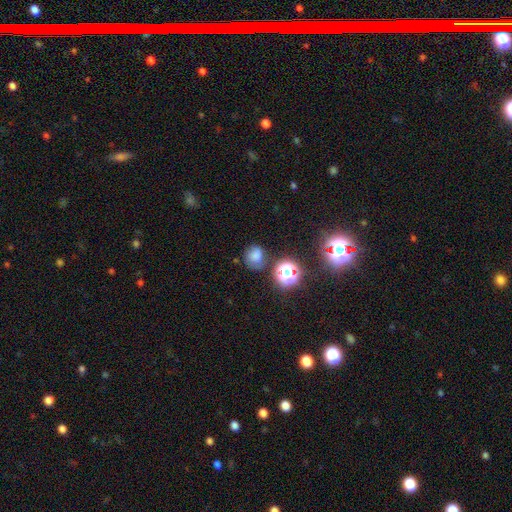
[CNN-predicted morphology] Smooth or featured? smooth (69%)
How rounded? round (72%)
Merging? none (64%)